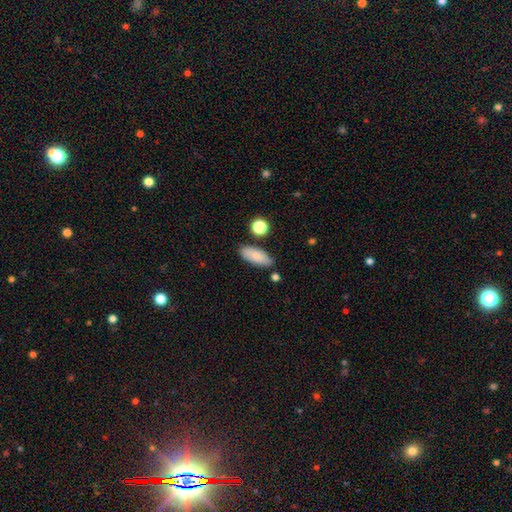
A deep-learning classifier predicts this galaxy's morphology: The model was most divided on "merging": none: 77%, minor disturbance: 15%, merger: 5%, major disturbance: 3%. More confident: smooth or featured — smooth (81%); how rounded — in between (80%).